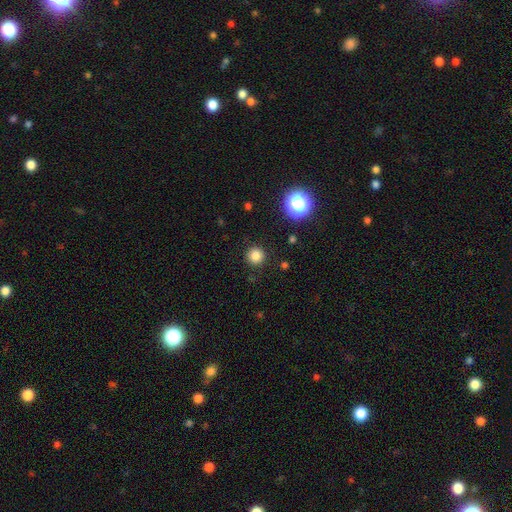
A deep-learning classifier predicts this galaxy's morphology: smooth-or-featured: smooth: 82% | star or artifact: 14% | featured or disk: 5%
  how-rounded: round: 95% | in between: 4% | cigar-shaped: 1%
  merging: none: 91% | minor disturbance: 6% | major disturbance: 2% | merger: 1%